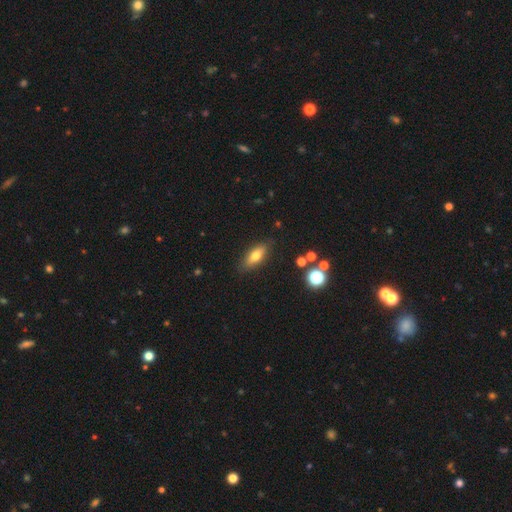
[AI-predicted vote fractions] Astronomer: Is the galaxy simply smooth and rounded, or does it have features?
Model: smooth — 71%.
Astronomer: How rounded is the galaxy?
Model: in between — 70%.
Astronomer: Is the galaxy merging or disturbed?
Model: none — 85%.